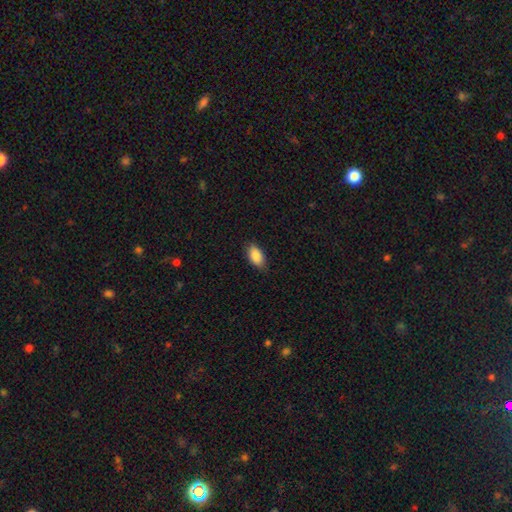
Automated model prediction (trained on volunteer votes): Smooth or featured? smooth (88%)
How rounded? in between (93%)
Merging? none (84%)